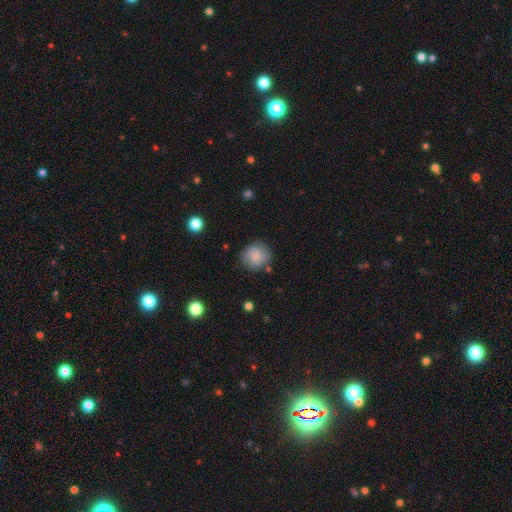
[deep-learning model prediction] Smooth or featured? Predicted: smooth (p=0.82). How rounded? Predicted: round (p=0.87). Merging? Predicted: none (p=0.79).